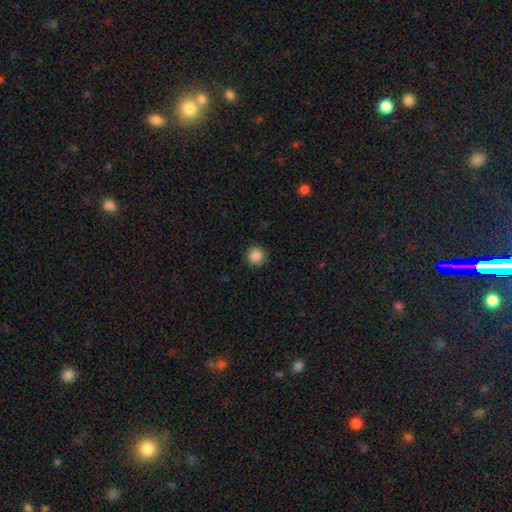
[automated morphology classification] This is clearly a smooth galaxy (87%). How rounded: clearly round (94%). Merging: clearly none (90%).